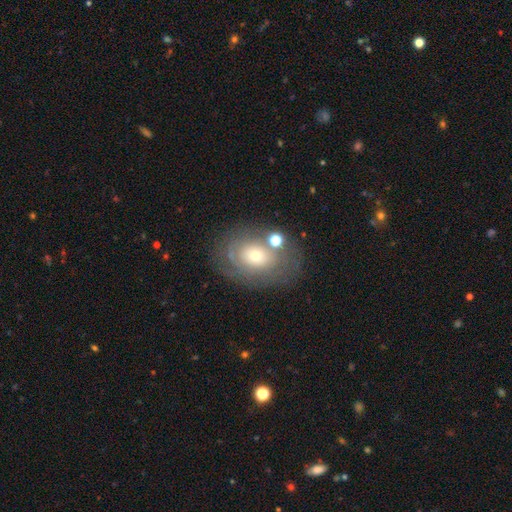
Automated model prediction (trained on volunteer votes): smooth-or-featured: featured or disk: 55% | smooth: 34% | star or artifact: 11%
  disk-edge-on: no: 94% | yes: 6%
    bar: no: 86% | weak: 11% | strong: 3%
    has-spiral-arms: yes: 51% | no: 49%
    bulge-size: small: 50% | moderate: 43% | large: 5% | dominant: 2% | none: 1%
  merging: none: 68% | minor disturbance: 16% | major disturbance: 9% | merger: 7%